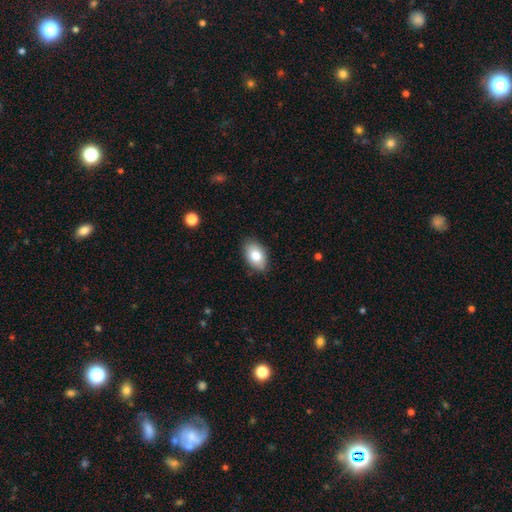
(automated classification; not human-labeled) This appears to be a smooth galaxy with no disk features (81%) that is in between round and cigar-shaped (90%). Merging: none (84%).